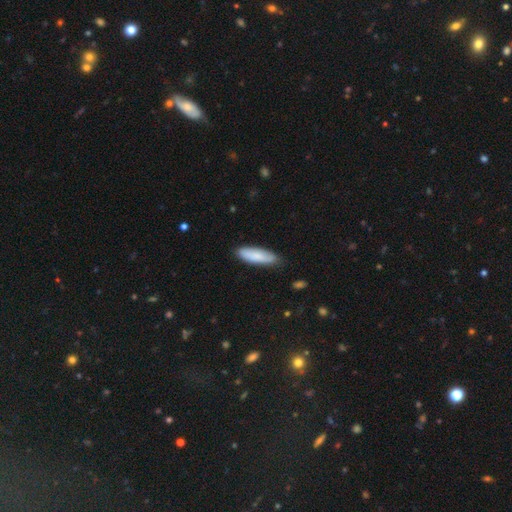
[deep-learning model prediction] The model was most divided on "how rounded" (2-way tie): cigar-shaped: 49%, in between: 49%, round: 1%. More confident: smooth or featured — smooth (80%); merging — none (79%).